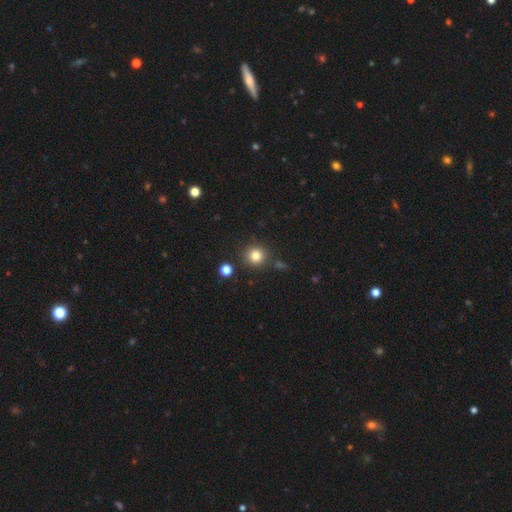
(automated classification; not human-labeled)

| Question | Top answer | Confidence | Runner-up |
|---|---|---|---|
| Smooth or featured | smooth | 81% | star or artifact (12%) |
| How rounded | round | 93% | in between (6%) |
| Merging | none | 86% | minor disturbance (7%) |